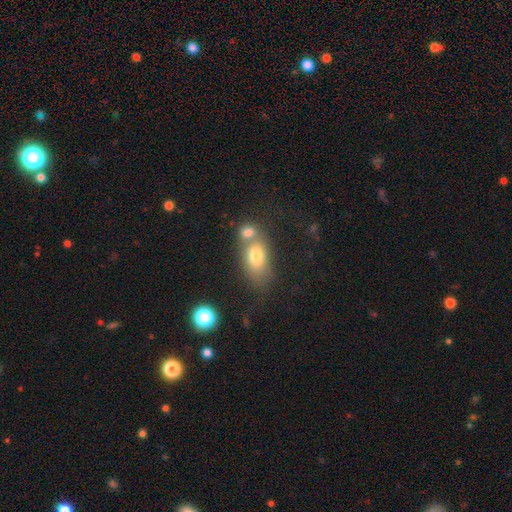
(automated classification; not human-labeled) Q: Smooth or featured?
A: smooth (74%); runner-up: featured or disk (16%)
Q: How rounded?
A: in between (79%); runner-up: round (17%)
Q: Merging?
A: merger (50%); runner-up: none (34%)